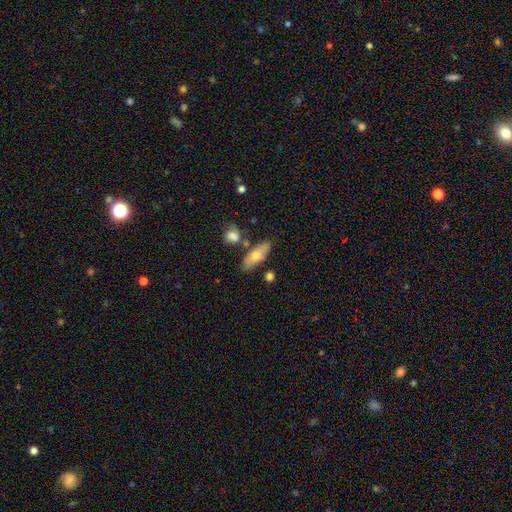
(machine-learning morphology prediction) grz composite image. It shows a smooth galaxy with no disk features (61%) that is in between round and cigar-shaped (72%). Merging: none (72%).